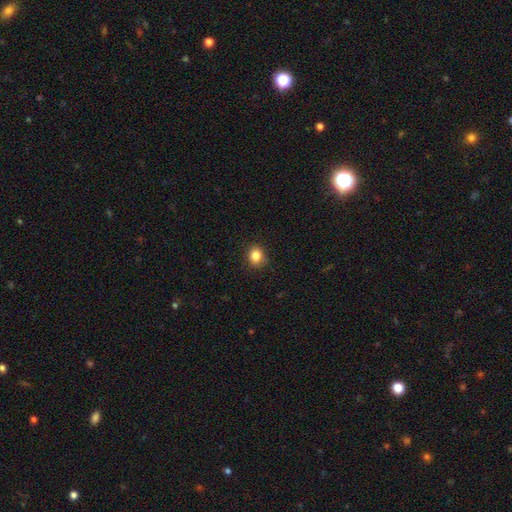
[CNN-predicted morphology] A smooth galaxy with no disk features (85%) that is round (64%).

Vote fractions:
- Smooth or featured? smooth: 85% / star or artifact: 10% / featured or disk: 5%
- How rounded? round: 64% / in between: 35% / cigar-shaped: 1%
- Merging? none: 86% / minor disturbance: 10% / major disturbance: 2% / merger: 1%